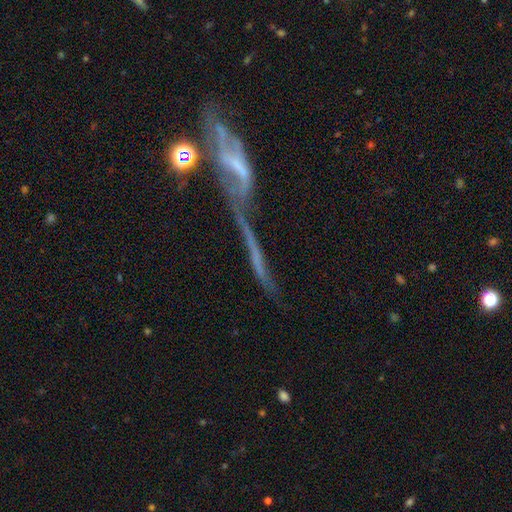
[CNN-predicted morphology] smooth-or-featured: featured or disk: 59% | smooth: 21% | star or artifact: 20%
  disk-edge-on: no: 55% | yes: 45%
  merging: merger: 41% | major disturbance: 24% | none: 23% | minor disturbance: 12%